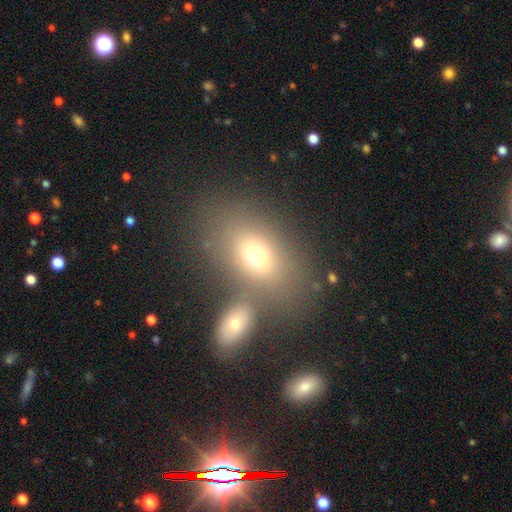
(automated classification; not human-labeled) Smooth or featured?
  - smooth: 68% *
  - featured or disk: 18%
  - star or artifact: 14%
How rounded?
  - in between: 76% *
  - round: 22%
  - cigar-shaped: 2%
Merging?
  - none: 56% *
  - merger: 26%
  - minor disturbance: 12%
  - major disturbance: 7%